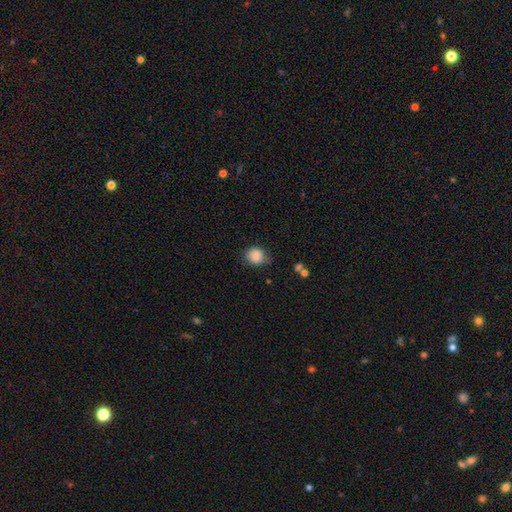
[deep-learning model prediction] Smooth or featured? smooth (85%)
How rounded? round (73%)
Merging? none (66%)